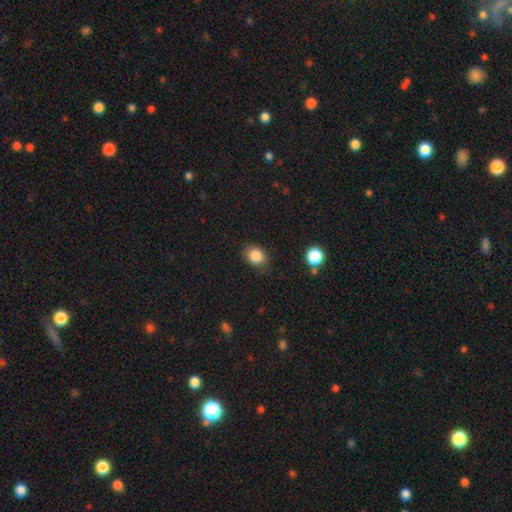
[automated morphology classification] smooth-or-featured: smooth: 85% | star or artifact: 10% | featured or disk: 5%
  how-rounded: round: 53% | in between: 46% | cigar-shaped: 1%
  merging: none: 76% | minor disturbance: 18% | major disturbance: 4% | merger: 2%